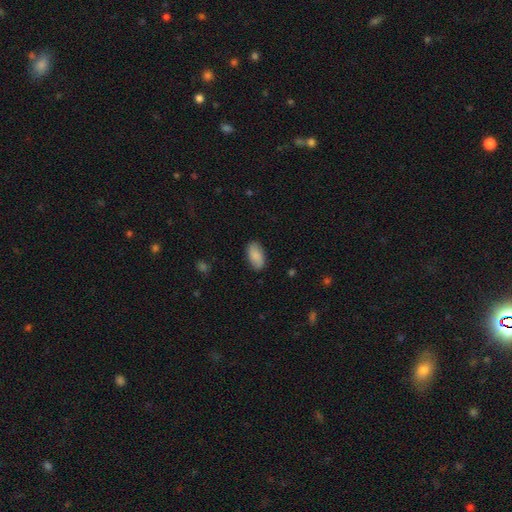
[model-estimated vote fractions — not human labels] smooth 86%, featured or disk 8%, star or artifact 6%. Down the decision tree: how rounded — in between (94%); merging — none (85%).